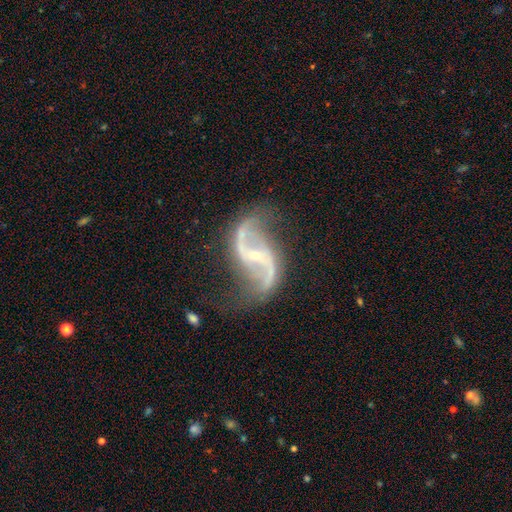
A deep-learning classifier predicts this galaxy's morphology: featured or disk 93%, star or artifact 5%, smooth 2%. Down the decision tree: edge-on disk — no (97%); bar — strong (35%, tied with weak); spiral arms — yes (98%); spiral arm count — 2 (95%); spiral winding — loose (78%); bulge size — small (77%); merging — none (73%).